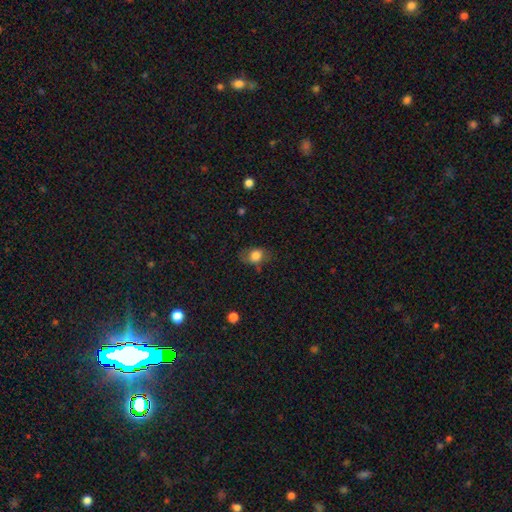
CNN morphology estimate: The model was most divided on "merging": none: 58%, minor disturbance: 27%, major disturbance: 13%, merger: 2%. More confident: smooth or featured — smooth (77%); how rounded — in between (67%).